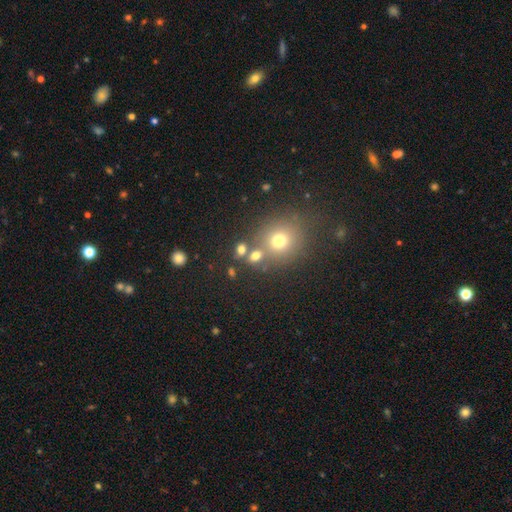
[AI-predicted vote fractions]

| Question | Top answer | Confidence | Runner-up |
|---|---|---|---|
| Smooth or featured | smooth | 68% | star or artifact (20%) |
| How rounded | round | 66% | in between (32%) |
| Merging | none | 60% | merger (25%) |